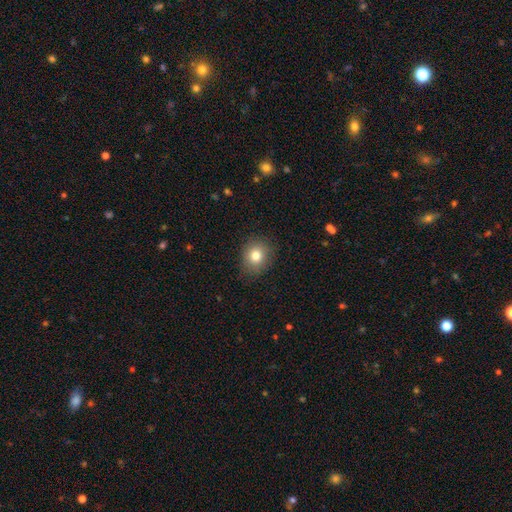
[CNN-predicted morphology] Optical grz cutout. It shows a smooth galaxy with no disk features (80%) that is round (73%). Merging: none (85%).